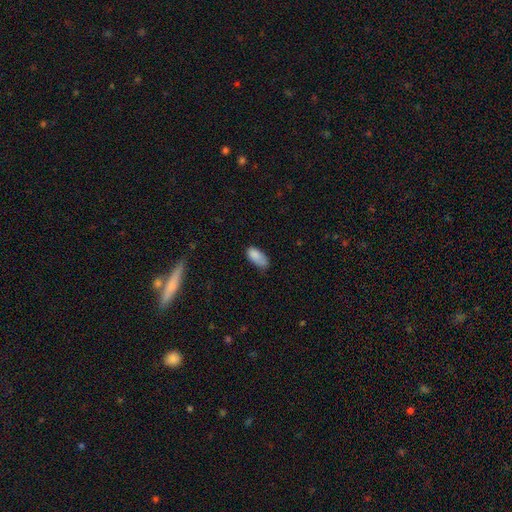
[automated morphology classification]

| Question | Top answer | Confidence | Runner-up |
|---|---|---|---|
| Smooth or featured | smooth | 86% | star or artifact (8%) |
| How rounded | in between | 90% | cigar-shaped (7%) |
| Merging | none | 53% | minor disturbance (36%) |